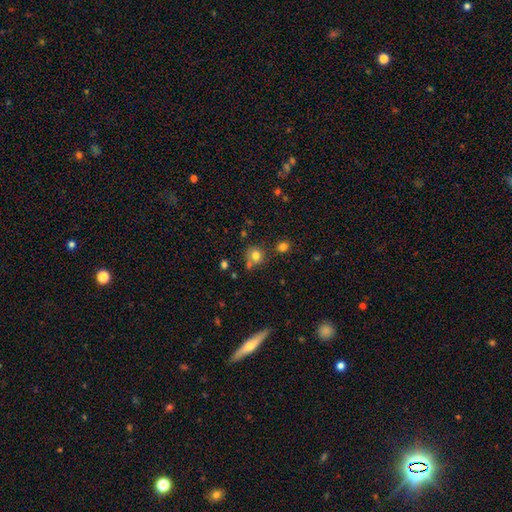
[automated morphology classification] A smooth galaxy with no disk features (78%) that is round (81%).

Vote fractions:
- Smooth or featured? smooth: 78% / star or artifact: 14% / featured or disk: 8%
- How rounded? round: 81% / in between: 18% / cigar-shaped: 1%
- Merging? none: 66% / merger: 15% / minor disturbance: 14% / major disturbance: 5%